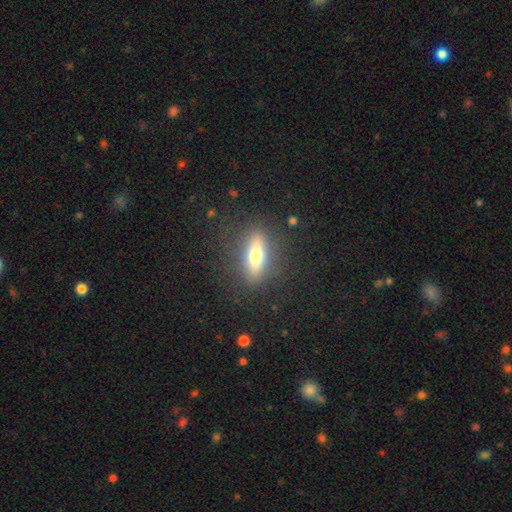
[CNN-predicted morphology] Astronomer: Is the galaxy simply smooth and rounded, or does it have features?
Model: smooth — 56% (runner-up: featured or disk, 35%).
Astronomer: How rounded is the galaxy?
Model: in between — 52% (runner-up: cigar-shaped, 41%).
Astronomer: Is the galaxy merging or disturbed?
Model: none — 85%.